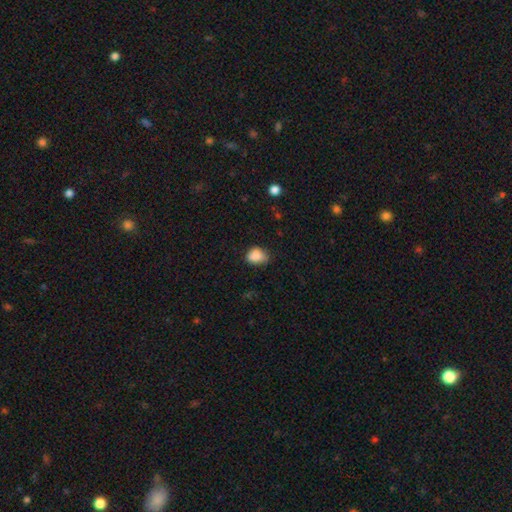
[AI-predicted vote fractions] Smooth or featured: smooth — 85% (star or artifact — 9%)
How rounded: in between — 62% (round — 37%)
Merging: none — 57% (minor disturbance — 34%)